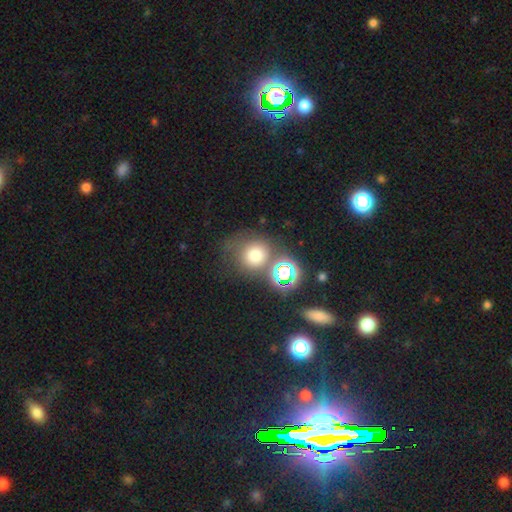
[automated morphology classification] smooth 68%, star or artifact 22%, featured or disk 11%. Down the decision tree: how rounded — round (86%); merging — none (55%).